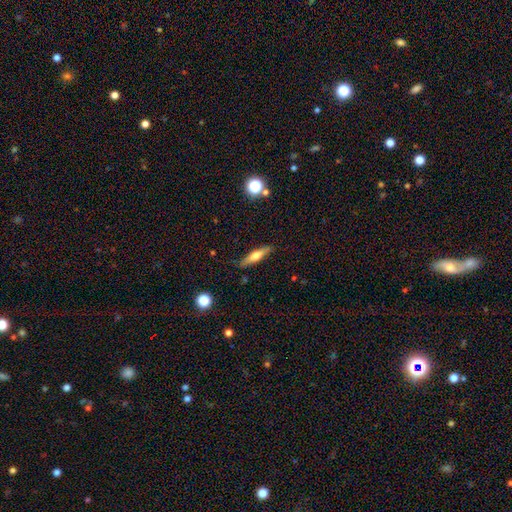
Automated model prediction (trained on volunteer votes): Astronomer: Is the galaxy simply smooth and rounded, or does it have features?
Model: smooth — 48% (runner-up: featured or disk, 45%).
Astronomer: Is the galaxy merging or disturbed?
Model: none — 86%.